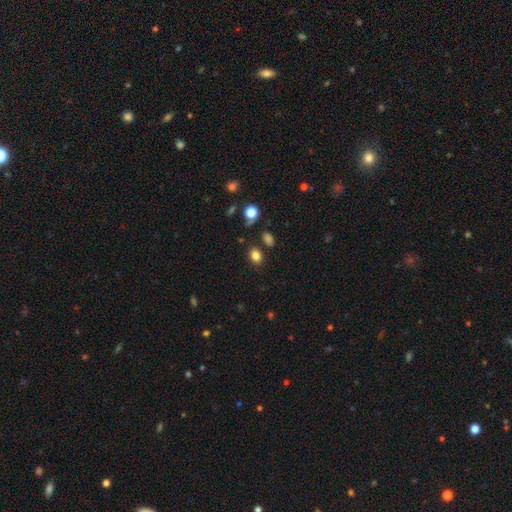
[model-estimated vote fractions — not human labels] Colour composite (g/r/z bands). It shows a smooth galaxy with no disk features (82%) that is in between round and cigar-shaped (62%). Merging: none (81%).